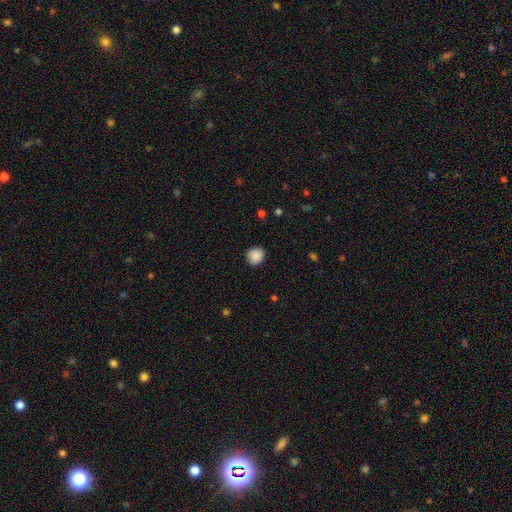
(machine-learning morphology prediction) Overall: smooth (89%). How rounded: round (87%). Merging: none (88%).